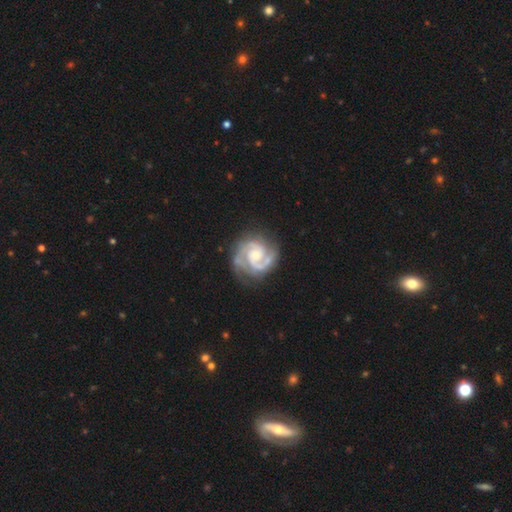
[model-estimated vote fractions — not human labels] Smooth or featured? featured or disk (92%)
Edge-on disk? no (98%)
Bar? no (63%)
Spiral arms? yes (98%)
Spiral winding? tight (57%)
Spiral arm count? 2 (76%)
Bulge size? moderate (46%, tied with small)
Merging? none (75%)